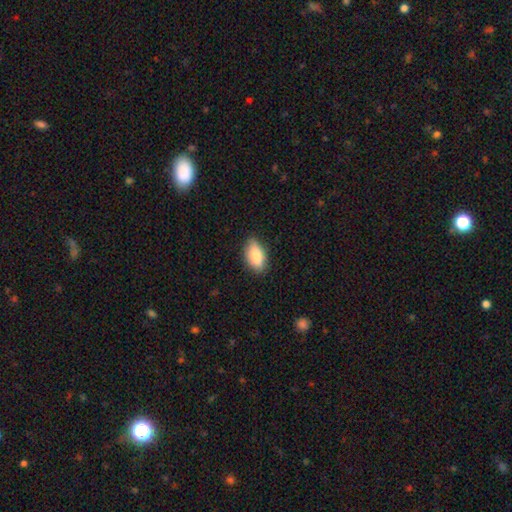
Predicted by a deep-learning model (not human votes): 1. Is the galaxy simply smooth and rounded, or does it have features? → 80% smooth, 13% featured or disk, 7% star or artifact.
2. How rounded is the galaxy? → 88% in between, 7% cigar-shaped, 4% round.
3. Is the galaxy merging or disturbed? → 85% none, 12% minor disturbance, 2% major disturbance, 1% merger.